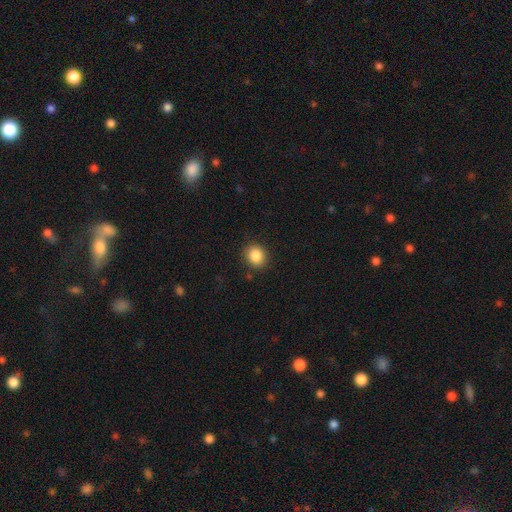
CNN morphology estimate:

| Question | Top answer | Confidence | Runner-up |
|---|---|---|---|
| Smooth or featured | smooth | 87% | star or artifact (9%) |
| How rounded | round | 70% | in between (29%) |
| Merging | none | 88% | minor disturbance (8%) |